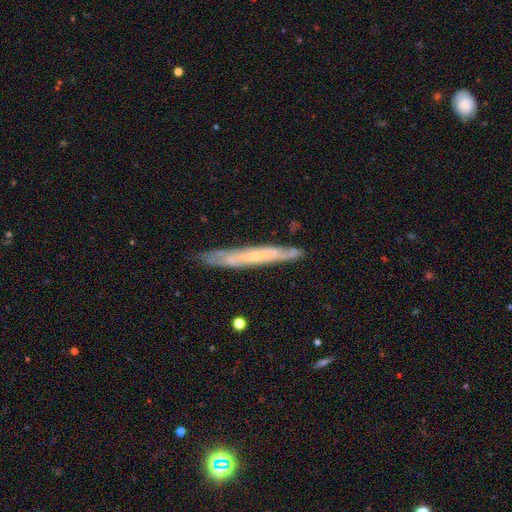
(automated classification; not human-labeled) Q: Smooth or featured?
A: featured or disk (66%); runner-up: smooth (28%)
Q: Edge-on disk?
A: yes (79%); runner-up: no (21%)
Q: Edge-on bulge?
A: none (66%); runner-up: rounded (29%)
Q: Merging?
A: none (80%); runner-up: minor disturbance (15%)